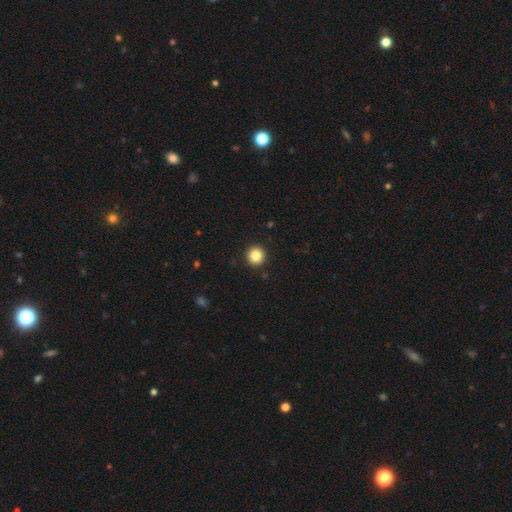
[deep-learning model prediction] A smooth galaxy with no disk features (84%) that is round (95%). Merging: none (93%).